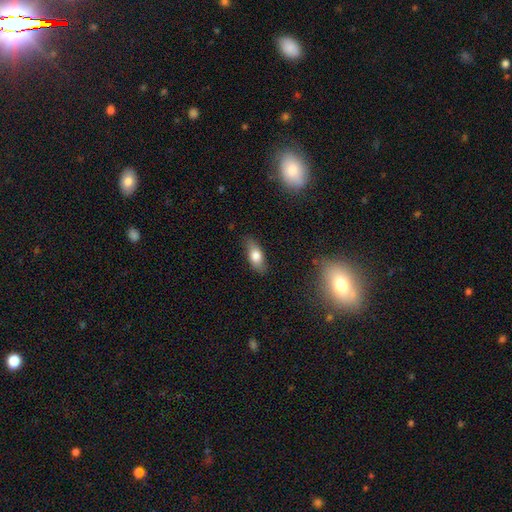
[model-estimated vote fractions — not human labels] smooth-or-featured: smooth: 73% | featured or disk: 20% | star or artifact: 7%
  how-rounded: in between: 76% | cigar-shaped: 19% | round: 4%
  merging: none: 80% | minor disturbance: 15% | major disturbance: 3% | merger: 1%